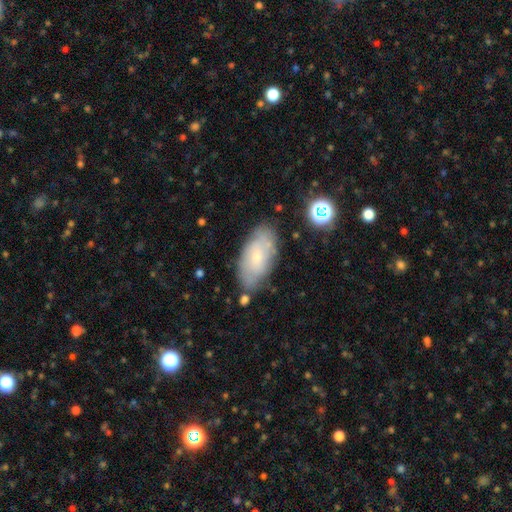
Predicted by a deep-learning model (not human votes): smooth_or_featured: smooth (p=0.57) [alt: featured or disk p=0.36]
how_rounded: in between (p=0.92) [alt: cigar-shaped p=0.04]
merging: none (p=0.65) [alt: minor disturbance p=0.22]